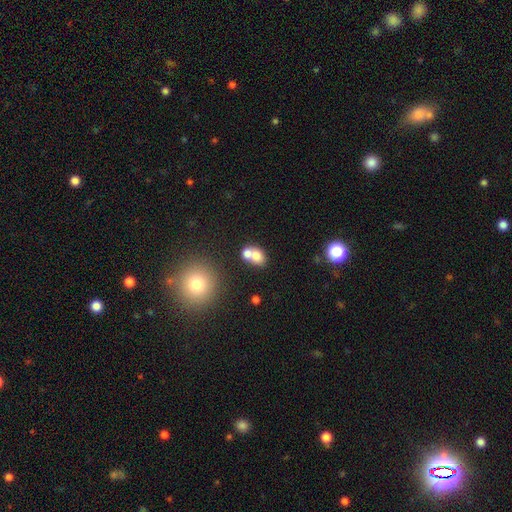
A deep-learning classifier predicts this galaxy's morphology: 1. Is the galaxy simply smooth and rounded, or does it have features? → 73% smooth, 16% featured or disk, 11% star or artifact.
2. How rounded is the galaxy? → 52% in between, 47% round, 1% cigar-shaped.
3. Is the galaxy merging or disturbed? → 55% merger, 33% none, 8% minor disturbance, 4% major disturbance.